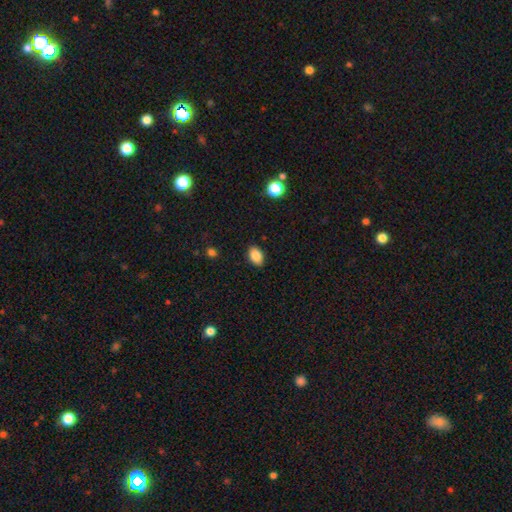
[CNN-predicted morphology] This appears to be a smooth galaxy with no disk features (87%) that is in between round and cigar-shaped (85%). Merging: none (89%).